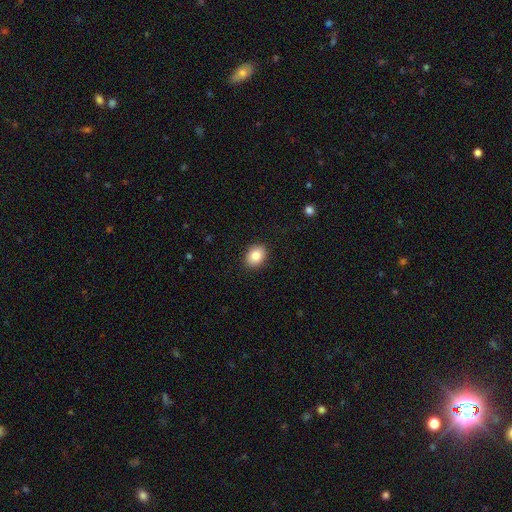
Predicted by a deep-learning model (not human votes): Q: Smooth or featured?
A: smooth (85%); runner-up: star or artifact (8%)
Q: How rounded?
A: in between (56%); runner-up: round (43%)
Q: Merging?
A: none (90%); runner-up: minor disturbance (7%)